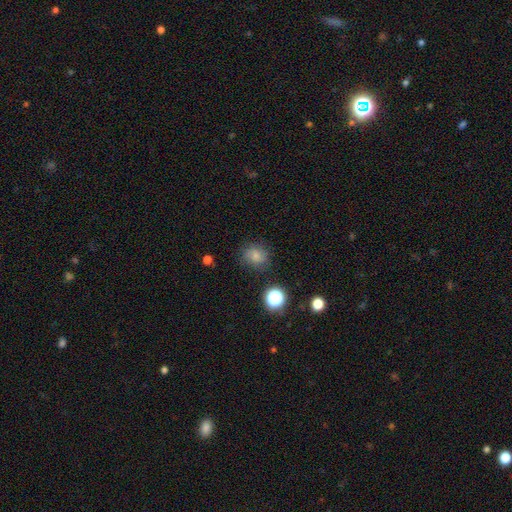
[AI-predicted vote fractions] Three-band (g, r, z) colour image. It shows a smooth galaxy with no disk features (72%) that is round (71%). Merging: none (76%).